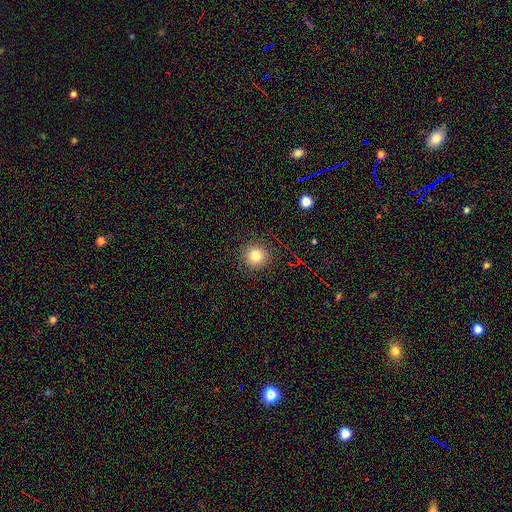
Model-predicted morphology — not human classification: This appears to be a smooth galaxy with no disk features (80%) that is round (94%). Merging: none (89%).